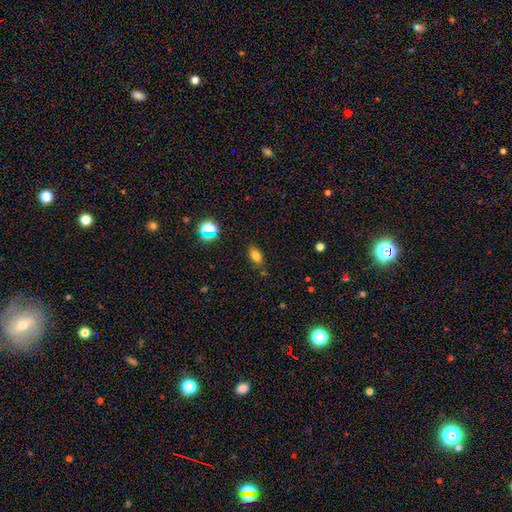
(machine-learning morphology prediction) This is likely a smooth galaxy (75%). How rounded: clearly in between (85%). Merging: clearly none (80%).